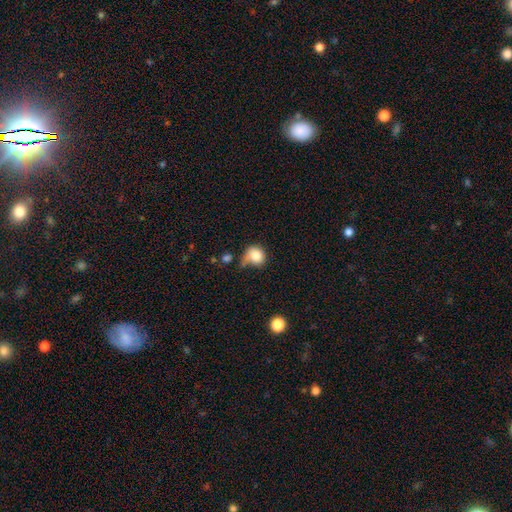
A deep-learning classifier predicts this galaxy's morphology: This appears to be a smooth galaxy with no disk features (81%) that is round (79%). Merging: none (39%).